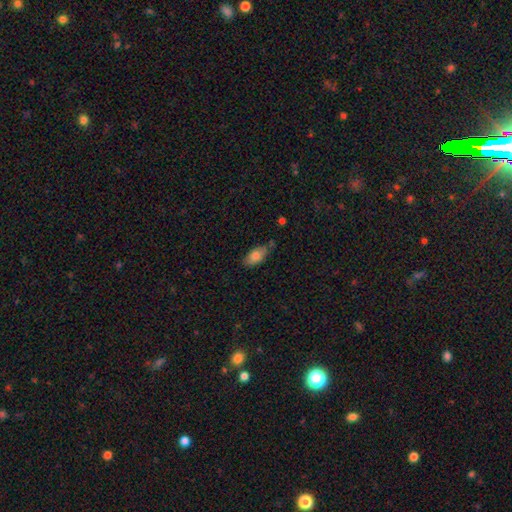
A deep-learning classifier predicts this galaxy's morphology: Overall: smooth (79%). How rounded: in between (88%). Merging: none (64%; minor disturbance 25%).